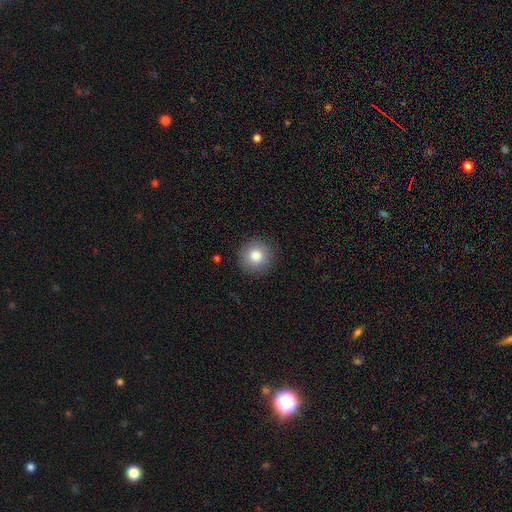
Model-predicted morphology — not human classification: Smooth or featured? Predicted: smooth (p=0.83). How rounded? Predicted: round (p=0.94). Merging? Predicted: none (p=0.90).